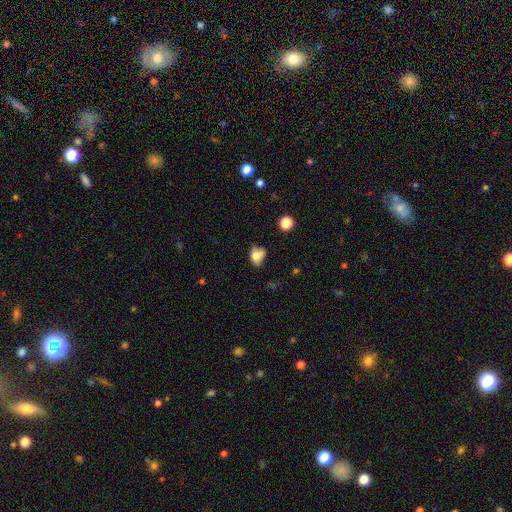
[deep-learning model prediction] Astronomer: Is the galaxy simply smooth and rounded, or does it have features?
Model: smooth — 74%.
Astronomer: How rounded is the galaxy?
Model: in between — 55% (runner-up: round, 43%).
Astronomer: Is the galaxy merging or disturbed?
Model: none — 43% (runner-up: minor disturbance, 34%).